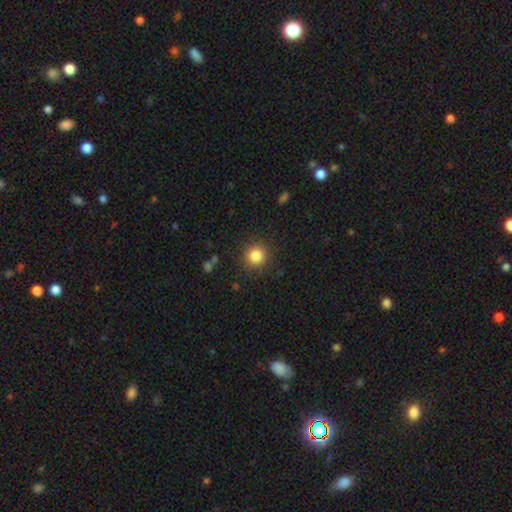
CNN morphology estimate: The model was most divided on "smooth or featured": smooth: 84%, star or artifact: 11%, featured or disk: 5%. More confident: how rounded — round (92%); merging — none (89%).